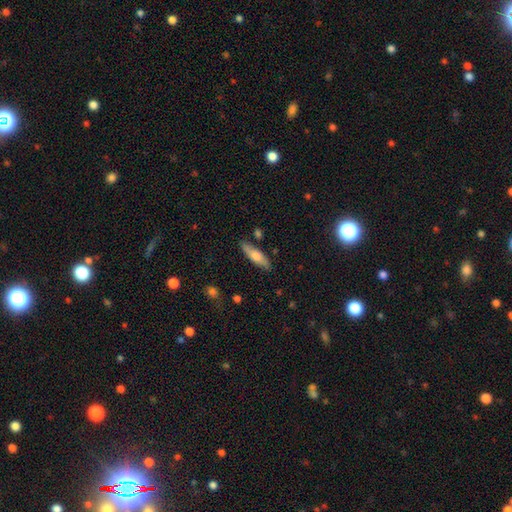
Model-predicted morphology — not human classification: Smooth or featured? smooth (64%)
How rounded? cigar-shaped (61%)
Merging? none (83%)